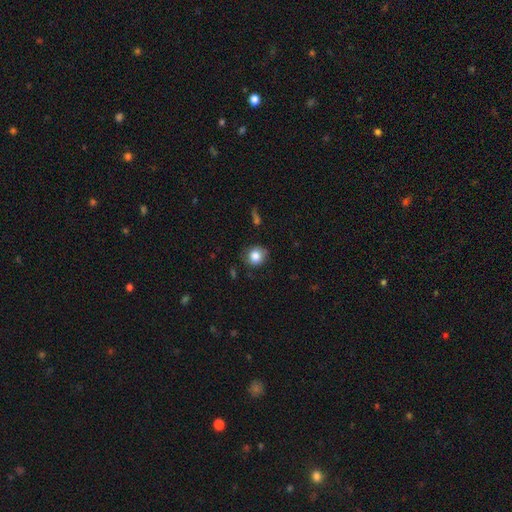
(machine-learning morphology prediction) Smooth or featured: smooth — 83% (star or artifact — 9%)
How rounded: round — 81% (in between — 18%)
Merging: none — 77% (minor disturbance — 17%)